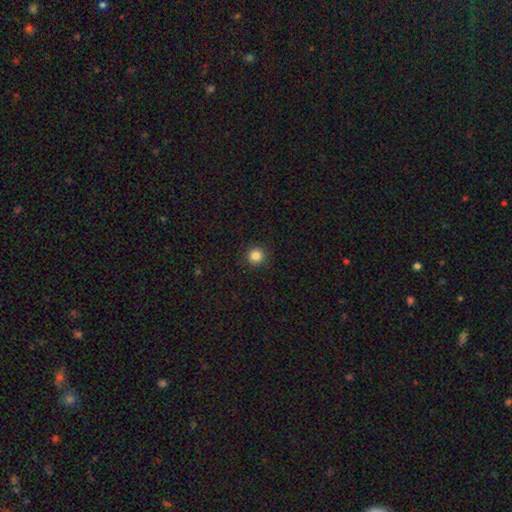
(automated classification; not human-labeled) Q: Smooth or featured?
A: smooth (84%); runner-up: star or artifact (12%)
Q: How rounded?
A: round (95%); runner-up: in between (4%)
Q: Merging?
A: none (93%); runner-up: minor disturbance (5%)